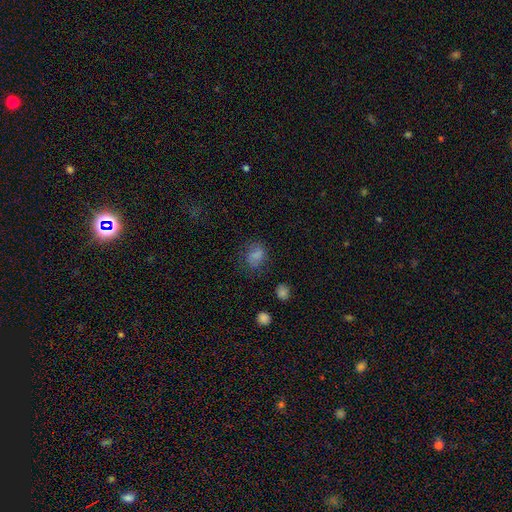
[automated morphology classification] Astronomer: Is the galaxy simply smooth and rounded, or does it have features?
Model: smooth — 72%.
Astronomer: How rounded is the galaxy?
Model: round — 51% (runner-up: in between, 48%).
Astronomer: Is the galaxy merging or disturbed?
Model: none — 63%.